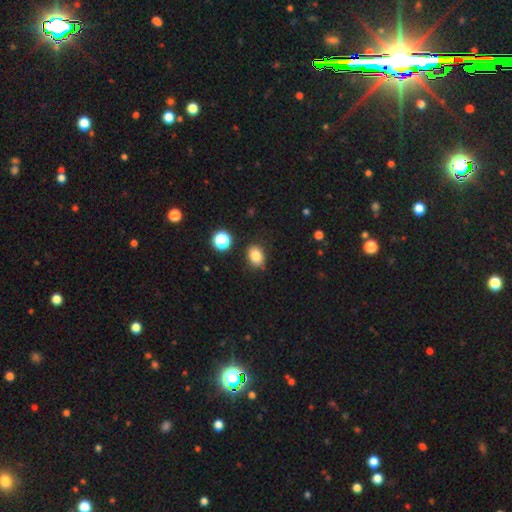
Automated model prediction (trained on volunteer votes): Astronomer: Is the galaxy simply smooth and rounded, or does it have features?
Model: smooth — 82%.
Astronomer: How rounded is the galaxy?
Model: in between — 59% (runner-up: round, 40%).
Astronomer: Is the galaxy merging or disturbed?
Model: none — 85%.